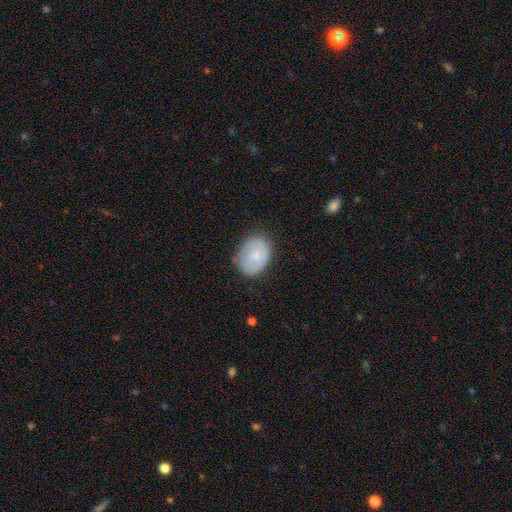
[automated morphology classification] A smooth galaxy with no disk features (70%) that is in between round and cigar-shaped (64%).

Vote fractions:
- Smooth or featured? smooth: 70% / featured or disk: 24% / star or artifact: 7%
- How rounded? in between: 64% / round: 35% / cigar-shaped: 1%
- Merging? none: 72% / minor disturbance: 21% / major disturbance: 5% / merger: 1%